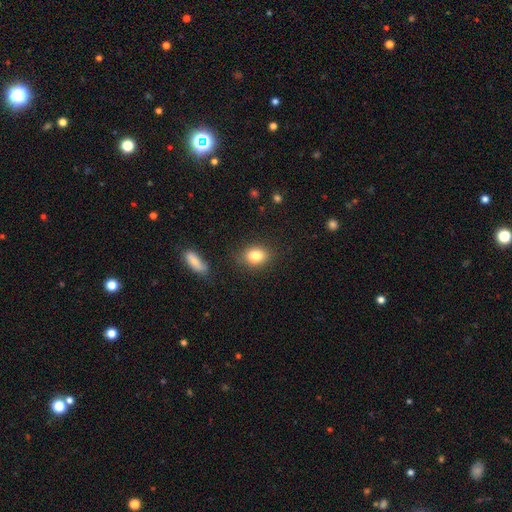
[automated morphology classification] Smooth or featured? smooth (83%)
How rounded? in between (54%)
Merging? none (84%)